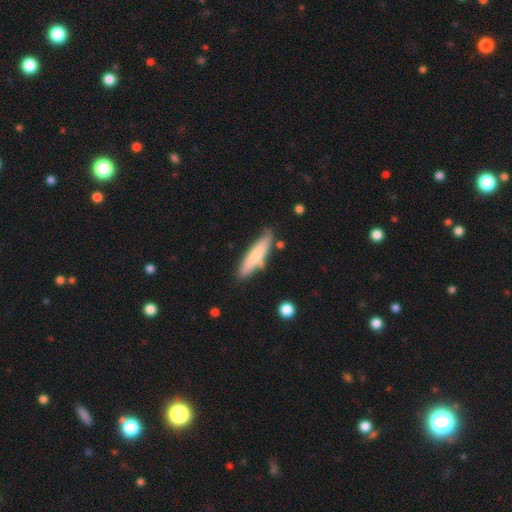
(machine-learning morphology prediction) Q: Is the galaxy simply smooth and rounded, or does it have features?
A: smooth — 69%.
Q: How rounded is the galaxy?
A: cigar-shaped — 79%.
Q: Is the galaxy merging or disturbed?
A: none — 74%.